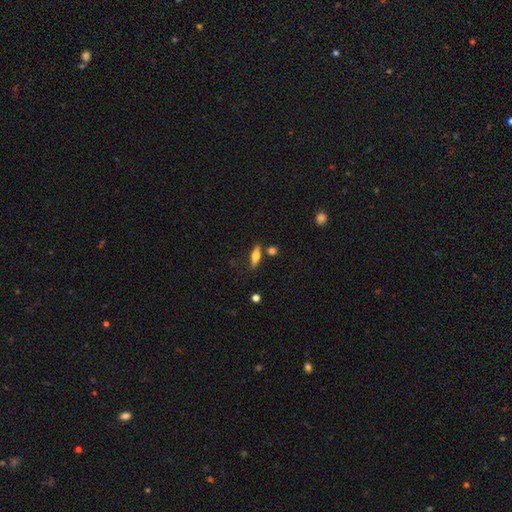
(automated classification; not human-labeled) This is possibly a smooth galaxy (55%). How rounded: possibly cigar-shaped (48%, tied with in between). Merging: likely none (74%).